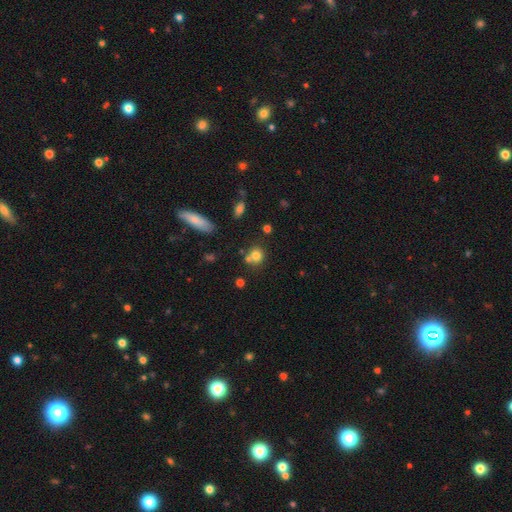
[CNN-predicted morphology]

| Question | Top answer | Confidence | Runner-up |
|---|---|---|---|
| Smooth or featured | smooth | 75% | star or artifact (14%) |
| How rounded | round | 81% | in between (18%) |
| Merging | none | 57% | merger (28%) |